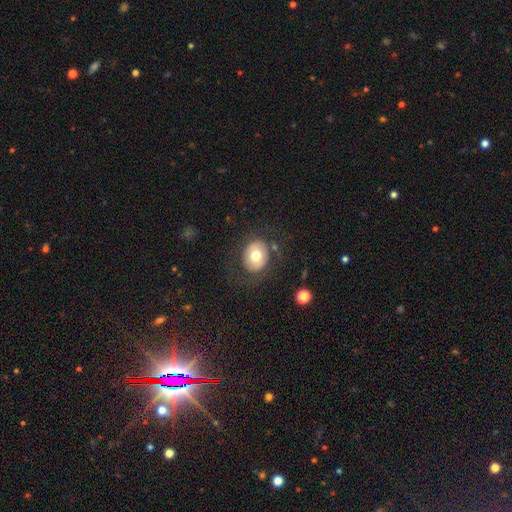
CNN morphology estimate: The model was most divided on "how rounded": round: 52%, in between: 47%, cigar-shaped: 1%. More confident: merging — none (75%); smooth or featured — smooth (67%).